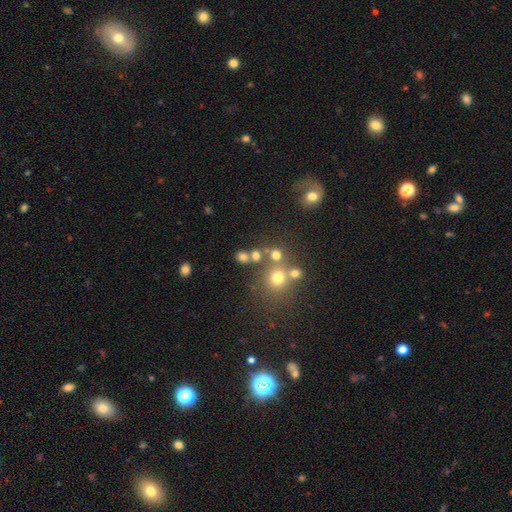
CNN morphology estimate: type=smooth (68%); roundness=round (76%); merging=none (61%).